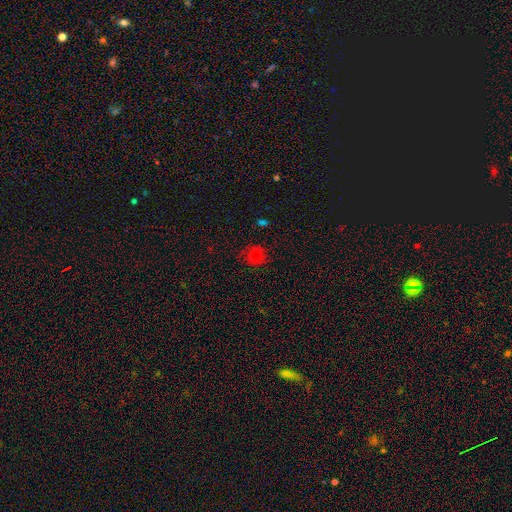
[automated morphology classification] Q: Smooth or featured?
A: smooth (74%); runner-up: star or artifact (17%)
Q: How rounded?
A: round (87%); runner-up: in between (12%)
Q: Merging?
A: none (82%); runner-up: minor disturbance (13%)